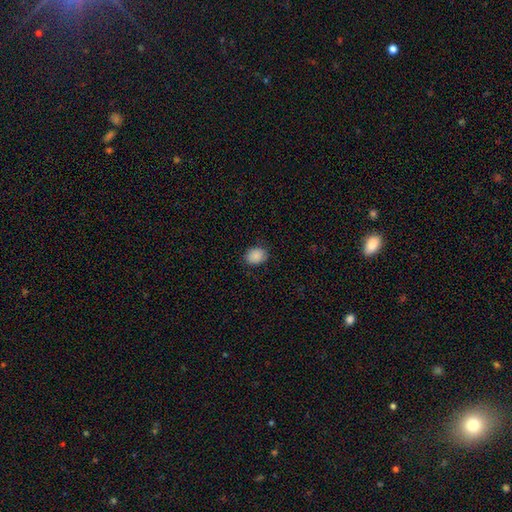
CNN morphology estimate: This is clearly a smooth galaxy (89%). How rounded: possibly in between (55%). Merging: clearly none (86%).